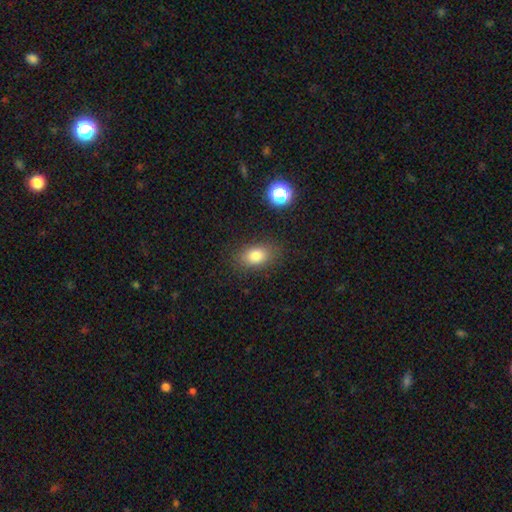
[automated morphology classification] Overall: smooth (81%). How rounded: in between (80%). Merging: none (83%).